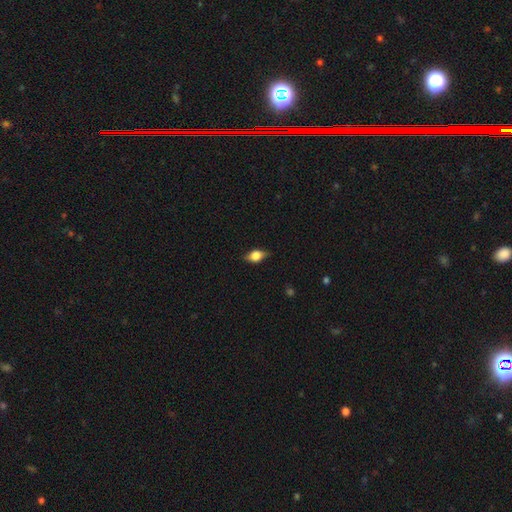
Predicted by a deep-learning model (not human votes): Smooth or featured: smooth — 57% (featured or disk — 34%)
How rounded: in between — 69% (round — 23%)
Merging: none — 78% (minor disturbance — 17%)